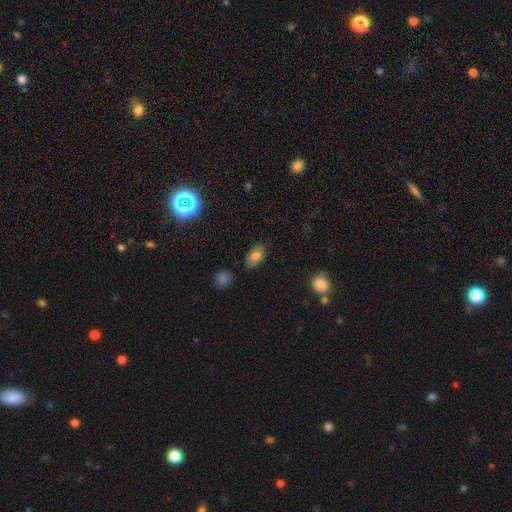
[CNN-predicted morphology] Q: Smooth or featured?
A: smooth (77%); runner-up: featured or disk (13%)
Q: How rounded?
A: in between (89%); runner-up: round (9%)
Q: Merging?
A: none (81%); runner-up: minor disturbance (14%)